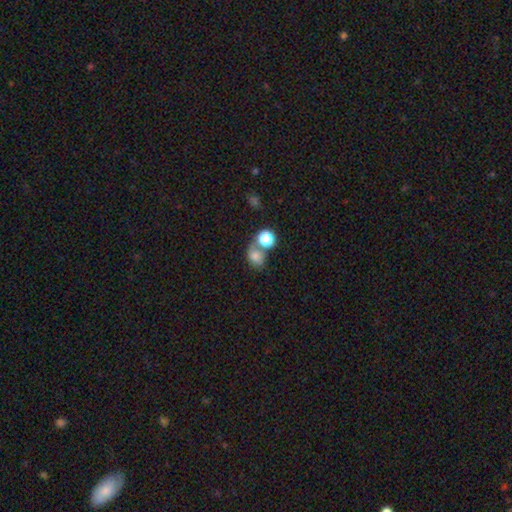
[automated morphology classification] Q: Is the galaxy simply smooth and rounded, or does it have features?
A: smooth — 71%.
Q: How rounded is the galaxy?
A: round — 54%.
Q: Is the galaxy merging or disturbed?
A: merger — 40%.